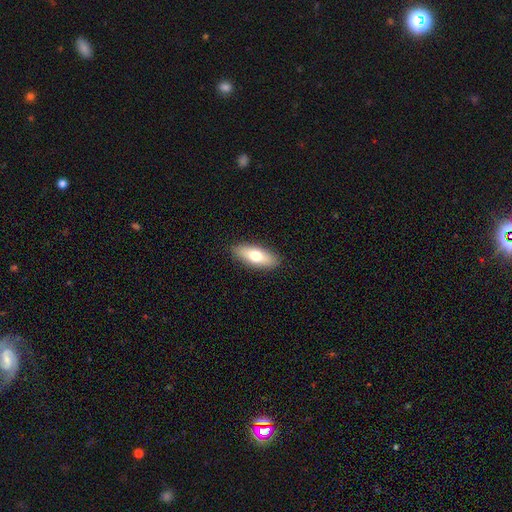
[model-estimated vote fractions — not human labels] Morphology: type=smooth (68%); roundness=in between (69%); merging=none (89%).